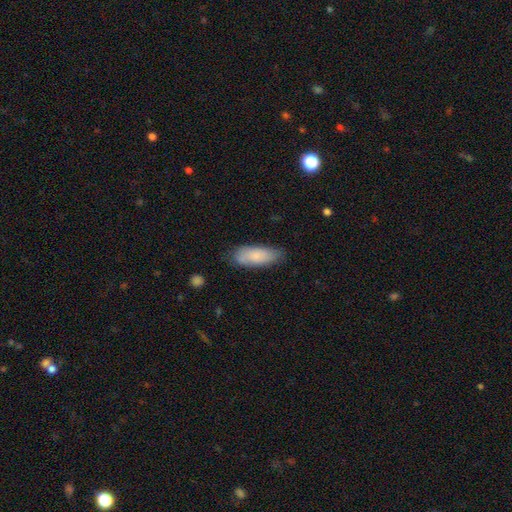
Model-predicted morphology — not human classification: A smooth galaxy with no disk features (80%) that is in between round and cigar-shaped (72%).

Vote fractions:
- Smooth or featured? smooth: 80% / featured or disk: 14% / star or artifact: 6%
- How rounded? in between: 72% / cigar-shaped: 26% / round: 2%
- Merging? none: 73% / minor disturbance: 21% / major disturbance: 4% / merger: 2%